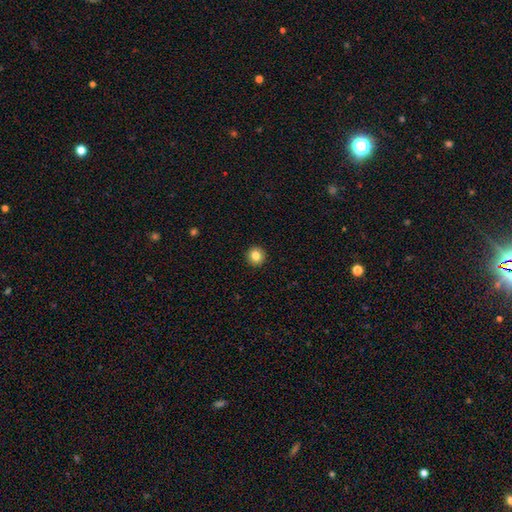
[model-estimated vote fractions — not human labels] Morphology: type=smooth (83%); roundness=round (95%); merging=none (94%).